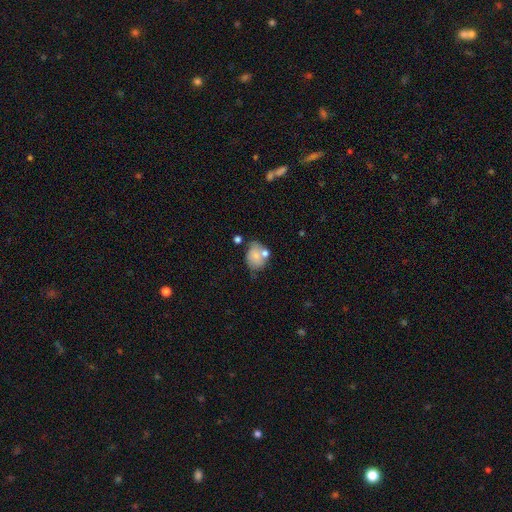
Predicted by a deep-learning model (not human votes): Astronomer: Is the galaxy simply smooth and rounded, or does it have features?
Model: smooth — 71%.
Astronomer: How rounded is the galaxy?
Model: in between — 67%.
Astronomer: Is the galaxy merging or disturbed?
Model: none — 46% (runner-up: merger, 24%).